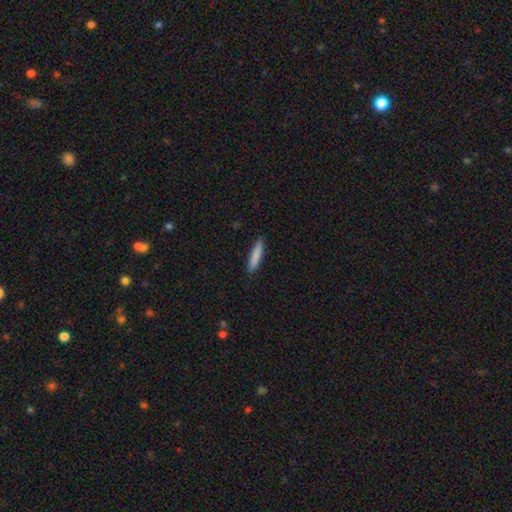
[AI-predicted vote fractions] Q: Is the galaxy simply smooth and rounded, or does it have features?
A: smooth — 83%.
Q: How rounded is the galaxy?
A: cigar-shaped — 88%.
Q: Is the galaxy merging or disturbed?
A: none — 89%.